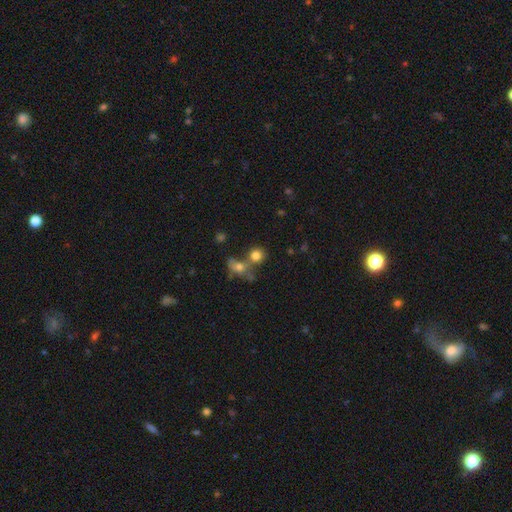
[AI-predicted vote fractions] smooth_or_featured: smooth (p=0.76) [alt: star or artifact p=0.13]
how_rounded: round (p=0.81) [alt: in between p=0.17]
merging: none (p=0.45) [alt: merger p=0.41]